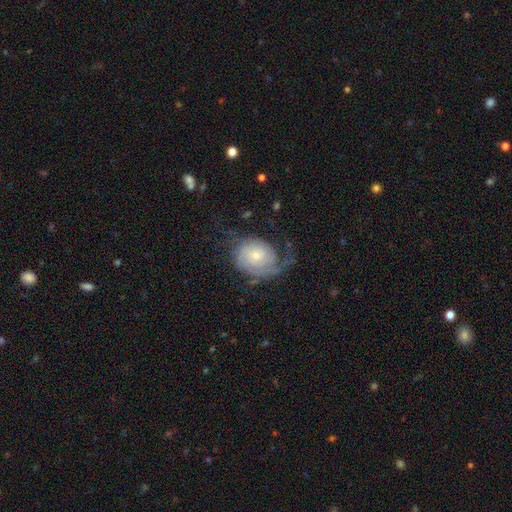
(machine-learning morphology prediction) This appears to be a featured or disk galaxy (65%) with no bar (76%), 1 (37%) tight (40%) spiral arms (86%) and a small central bulge (58%). Merging: none (41%).